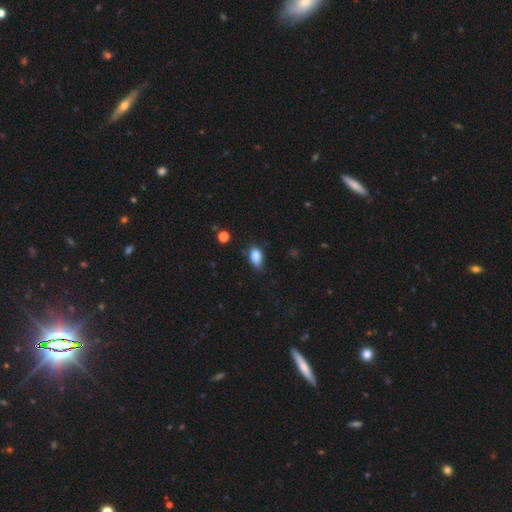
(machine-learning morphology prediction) The model was most divided on "merging": none: 58%, minor disturbance: 33%, major disturbance: 7%, merger: 3%. More confident: how rounded — in between (85%); smooth or featured — smooth (84%).